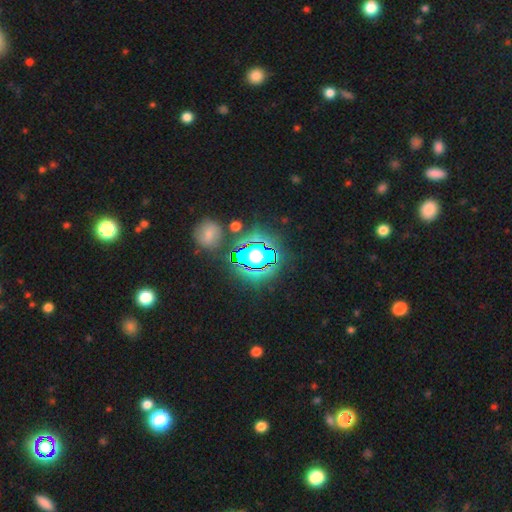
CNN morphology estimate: Overall: star or artifact (81%).